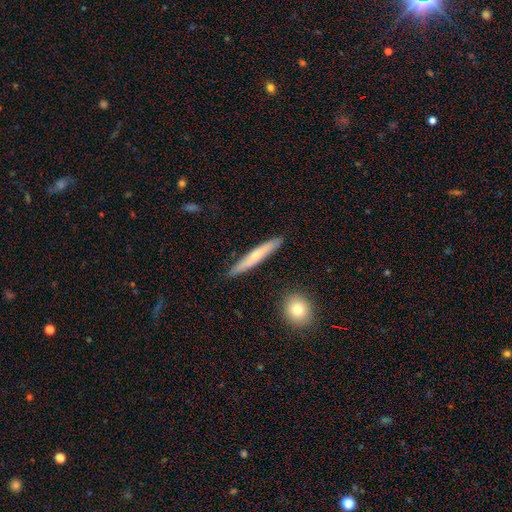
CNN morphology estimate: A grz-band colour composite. It shows a smooth galaxy with no disk features (51%) that is cigar-shaped (93%). Merging: none (88%).